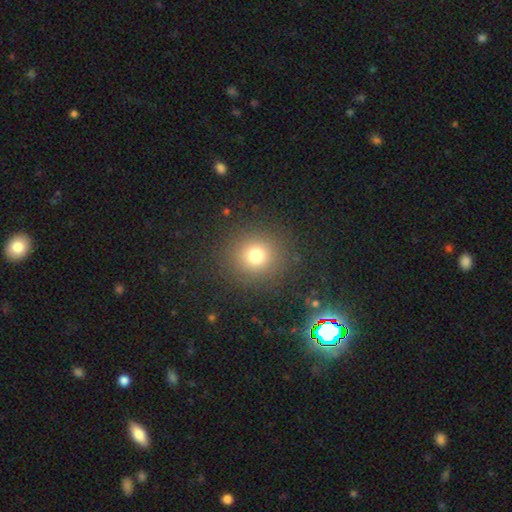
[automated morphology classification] smooth-or-featured: smooth: 74% | star or artifact: 17% | featured or disk: 9%
  how-rounded: round: 91% | in between: 8% | cigar-shaped: 1%
  merging: none: 88% | minor disturbance: 6% | major disturbance: 4% | merger: 1%